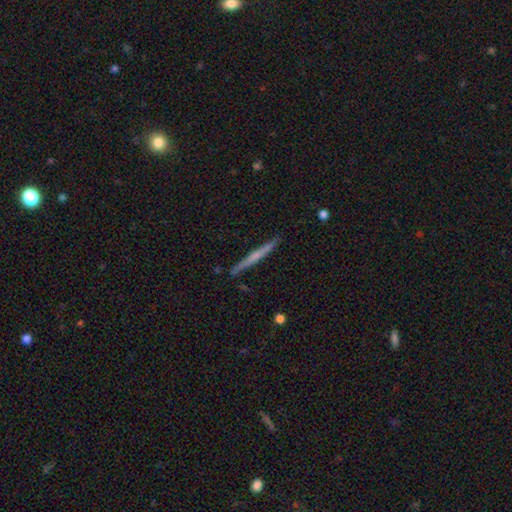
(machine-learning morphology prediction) smooth-or-featured: featured or disk: 59% | smooth: 36% | star or artifact: 5%
  disk-edge-on: yes: 98% | no: 2%
    edge-on-bulge: none: 58% | rounded: 34% | boxy: 8%
  merging: none: 91% | minor disturbance: 6% | merger: 1% | major disturbance: 1%